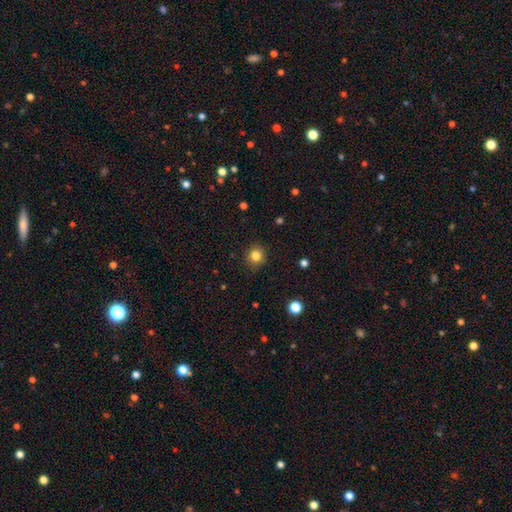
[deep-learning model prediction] smooth_or_featured: smooth (p=0.83) [alt: star or artifact p=0.12]
how_rounded: round (p=0.89) [alt: in between p=0.10]
merging: none (p=0.89) [alt: minor disturbance p=0.08]